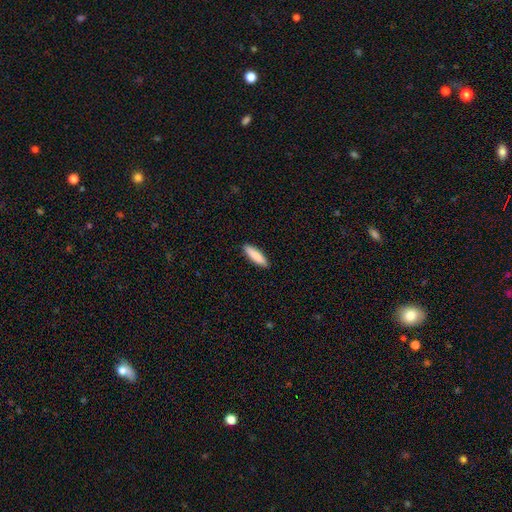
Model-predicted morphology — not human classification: Smooth or featured?
  - smooth: 87% *
  - featured or disk: 8%
  - star or artifact: 5%
How rounded?
  - cigar-shaped: 62% *
  - in between: 36%
  - round: 1%
Merging?
  - none: 90% *
  - minor disturbance: 8%
  - major disturbance: 2%
  - merger: 1%